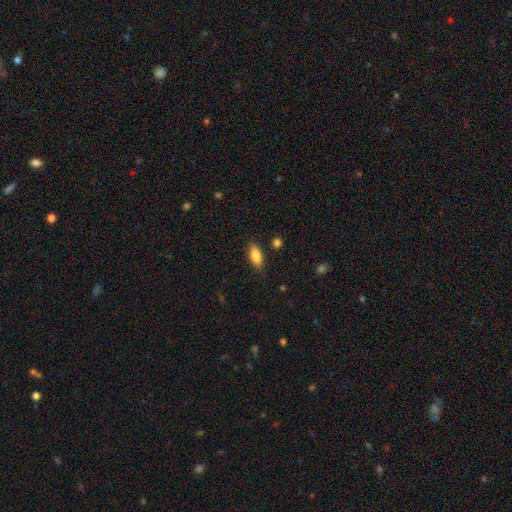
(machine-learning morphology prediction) Q: Smooth or featured?
A: smooth (84%); runner-up: featured or disk (9%)
Q: How rounded?
A: in between (86%); runner-up: cigar-shaped (12%)
Q: Merging?
A: none (86%); runner-up: minor disturbance (10%)